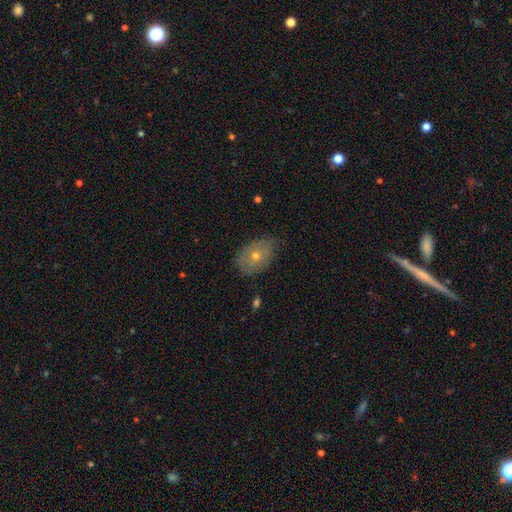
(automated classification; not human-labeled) Smooth or featured? Predicted: smooth (p=0.51). How rounded? Predicted: in between (p=0.77). Merging? Predicted: none (p=0.69).